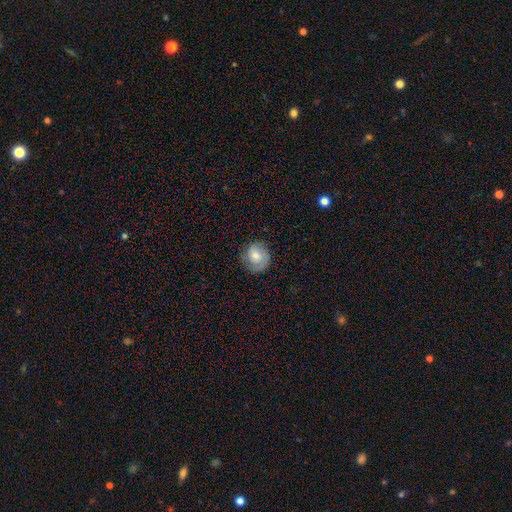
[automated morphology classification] This is possibly a featured or disk galaxy (52%). It is clearly not viewed edge-on (97%). Bar: likely no (72%). Spiral arm pattern: clearly yes (87%). Central bulge: possibly moderate (55%). Merging: likely none (79%).